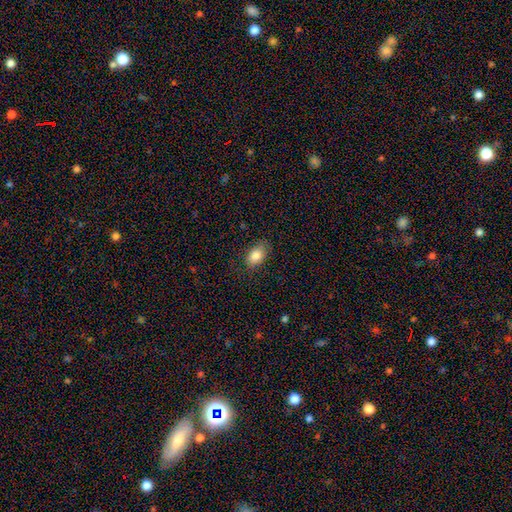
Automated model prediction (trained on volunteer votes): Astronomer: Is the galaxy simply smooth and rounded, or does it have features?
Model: smooth — 84%.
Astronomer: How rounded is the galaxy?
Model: in between — 86%.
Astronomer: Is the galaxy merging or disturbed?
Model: none — 80%.